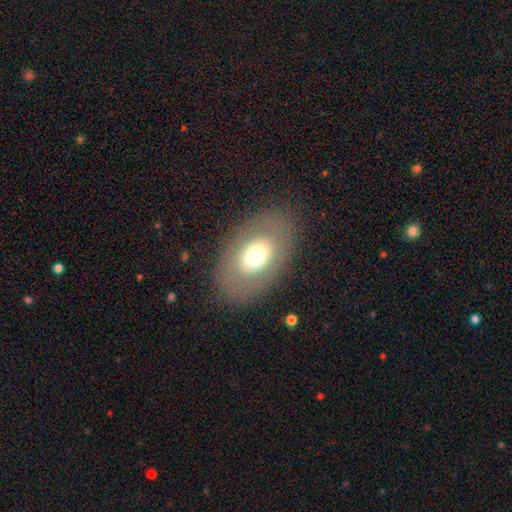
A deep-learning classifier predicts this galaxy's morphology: smooth-or-featured: smooth: 58% | featured or disk: 32% | star or artifact: 9%
  how-rounded: in between: 84% | round: 15% | cigar-shaped: 1%
  merging: none: 83% | minor disturbance: 10% | major disturbance: 6% | merger: 1%